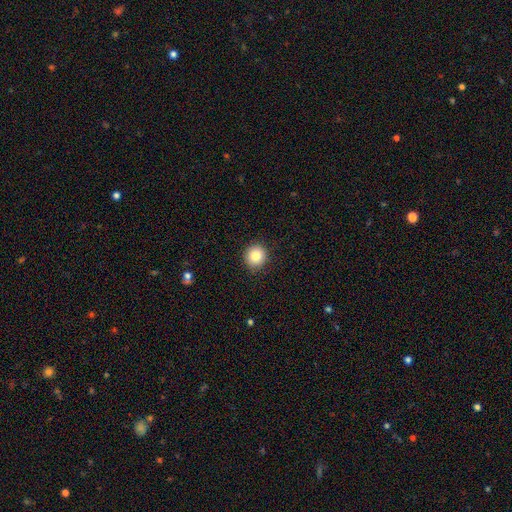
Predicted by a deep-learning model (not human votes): This is clearly a smooth galaxy (84%). How rounded: clearly round (91%). Merging: clearly none (90%).